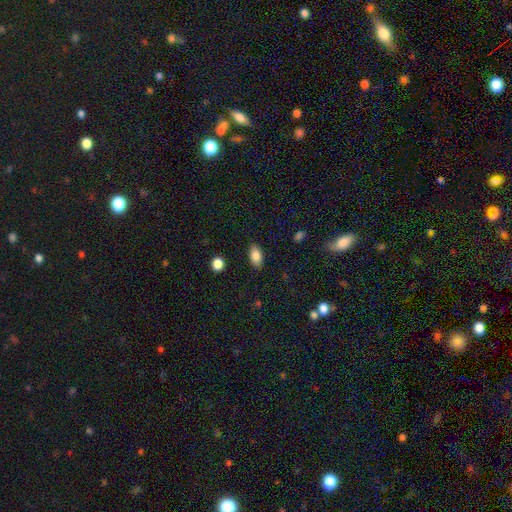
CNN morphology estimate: Smooth or featured? Predicted: smooth (p=0.85). How rounded? Predicted: in between (p=0.90). Merging? Predicted: none (p=0.86).